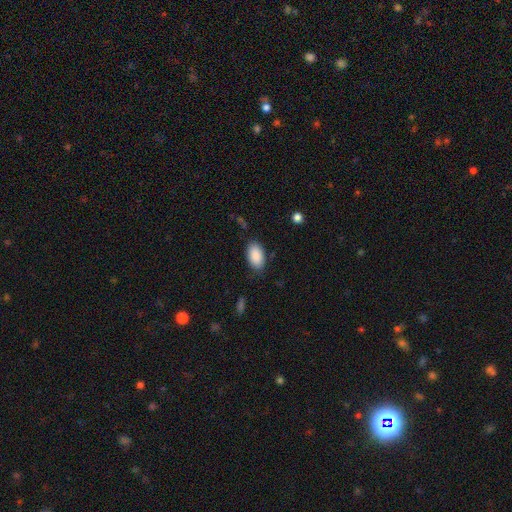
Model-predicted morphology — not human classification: smooth 89%, star or artifact 7%, featured or disk 5%. Down the decision tree: how rounded — in between (94%); merging — none (82%).